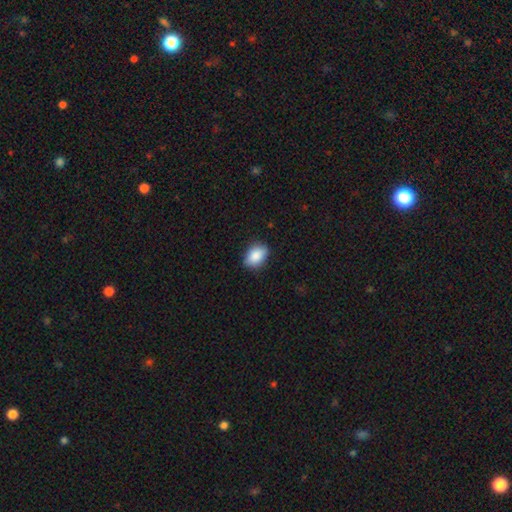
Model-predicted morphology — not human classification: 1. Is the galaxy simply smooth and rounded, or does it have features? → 88% smooth, 7% star or artifact, 5% featured or disk.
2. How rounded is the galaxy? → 83% in between, 15% round, 2% cigar-shaped.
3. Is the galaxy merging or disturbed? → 85% none, 11% minor disturbance, 2% major disturbance, 1% merger.